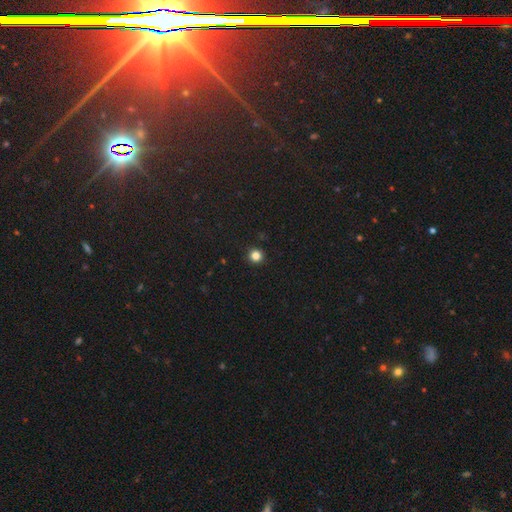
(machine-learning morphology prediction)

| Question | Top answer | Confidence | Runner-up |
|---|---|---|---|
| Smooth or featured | smooth | 83% | star or artifact (13%) |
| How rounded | round | 95% | in between (4%) |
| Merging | none | 93% | minor disturbance (4%) |